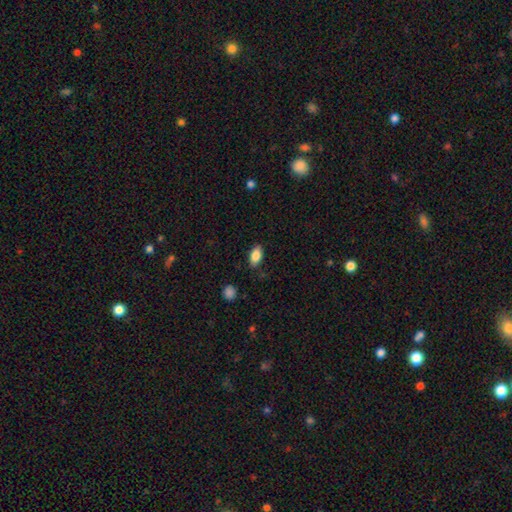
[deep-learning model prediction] The model was most divided on "merging": none: 83%, minor disturbance: 13%, major disturbance: 3%, merger: 1%. More confident: how rounded — in between (90%); smooth or featured — smooth (86%).